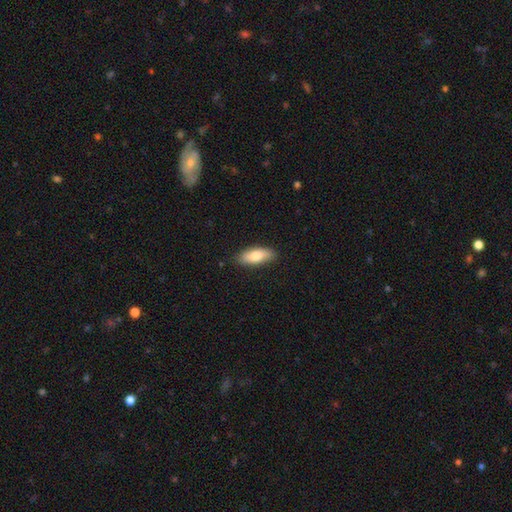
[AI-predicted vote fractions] This is likely a smooth galaxy (79%). How rounded: likely in between (75%). Merging: clearly none (84%).